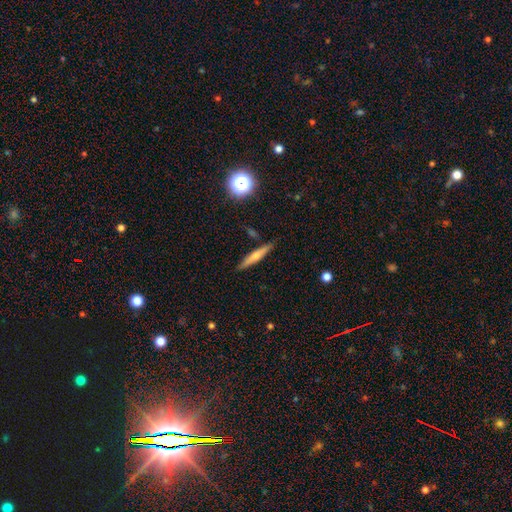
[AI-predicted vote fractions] A smooth galaxy with no disk features (47%). Merging: none (88%).